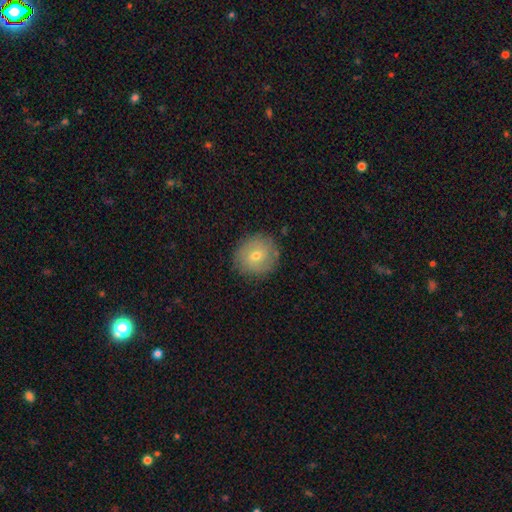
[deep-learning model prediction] This is likely a smooth galaxy (61%). How rounded: clearly round (84%). Merging: clearly none (83%).